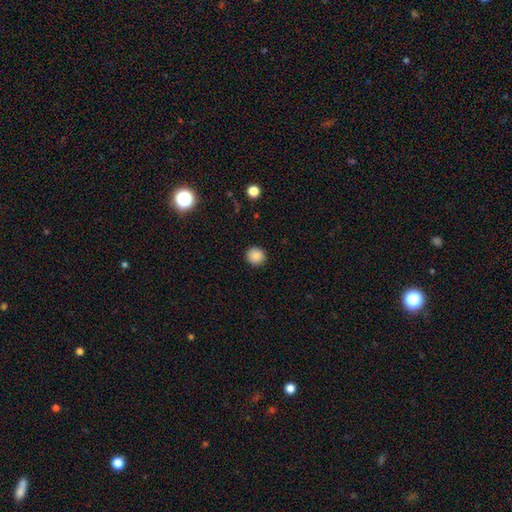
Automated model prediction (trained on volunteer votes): Smooth or featured? smooth (87%)
How rounded? round (92%)
Merging? none (91%)